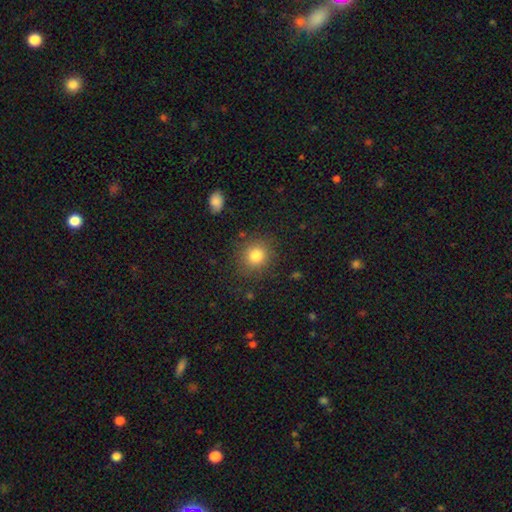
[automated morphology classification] Smooth or featured: smooth — 82% (star or artifact — 11%)
How rounded: round — 84% (in between — 15%)
Merging: none — 85% (minor disturbance — 9%)